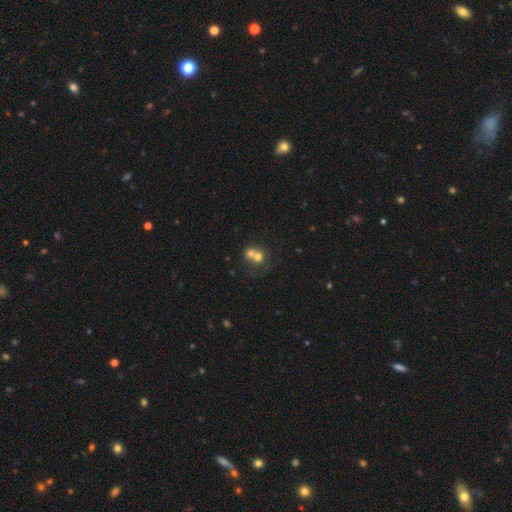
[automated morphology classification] Smooth or featured? smooth (64%)
How rounded? round (71%)
Merging? merger (68%)